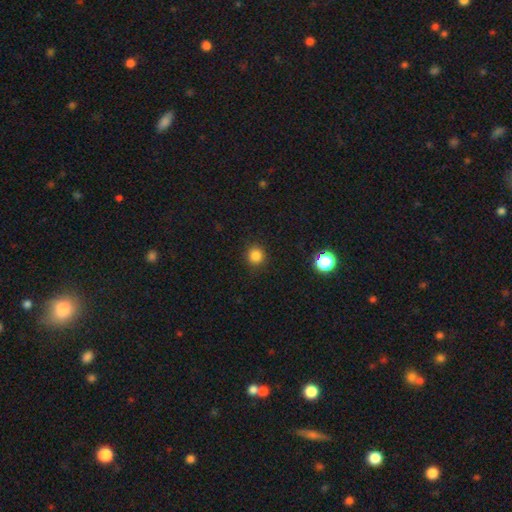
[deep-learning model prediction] Overall: smooth (84%). How rounded: round (92%). Merging: none (90%).